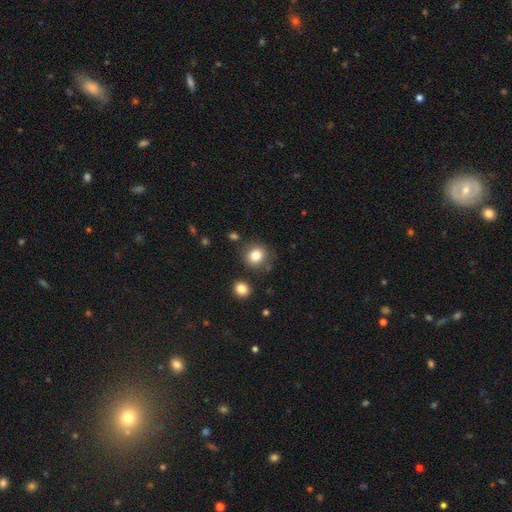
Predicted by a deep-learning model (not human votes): A smooth galaxy with no disk features (83%) that is round (84%).

Vote fractions:
- Smooth or featured? smooth: 83% / star or artifact: 10% / featured or disk: 7%
- How rounded? round: 84% / in between: 15% / cigar-shaped: 1%
- Merging? none: 80% / minor disturbance: 11% / merger: 5% / major disturbance: 4%